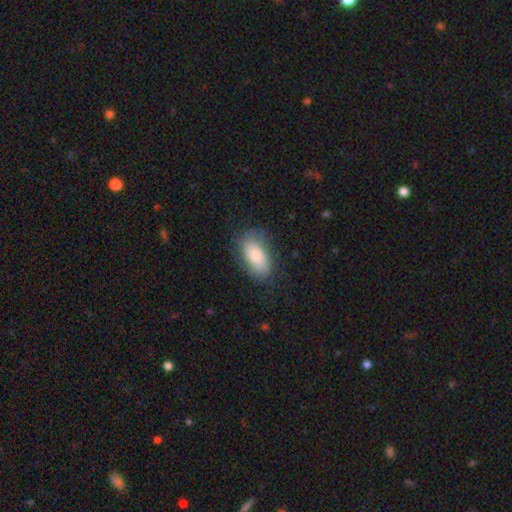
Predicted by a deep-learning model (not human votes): This is likely a smooth galaxy (76%). How rounded: clearly in between (93%). Merging: likely none (71%).